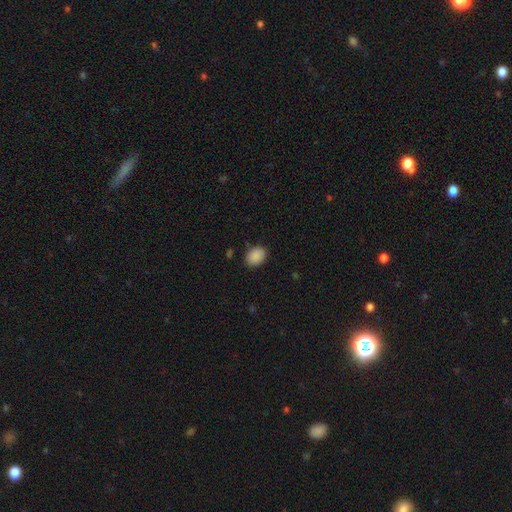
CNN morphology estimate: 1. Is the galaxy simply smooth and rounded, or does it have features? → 89% smooth, 8% star or artifact, 3% featured or disk.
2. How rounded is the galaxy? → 68% in between, 31% round, 1% cigar-shaped.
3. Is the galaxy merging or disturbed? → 84% none, 12% minor disturbance, 3% major disturbance, 1% merger.